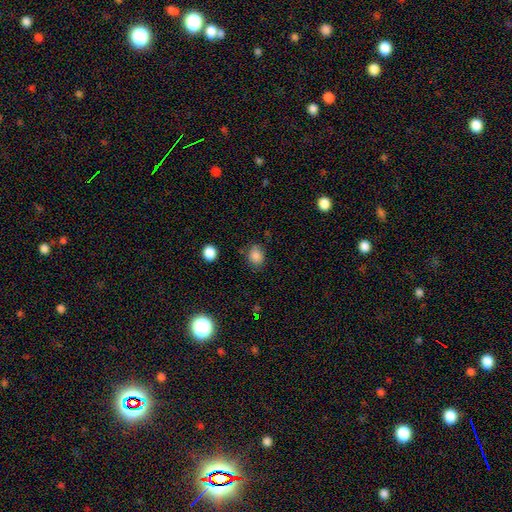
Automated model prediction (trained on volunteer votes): This is clearly a smooth galaxy (84%). How rounded: possibly round (55%). Merging: likely none (78%).